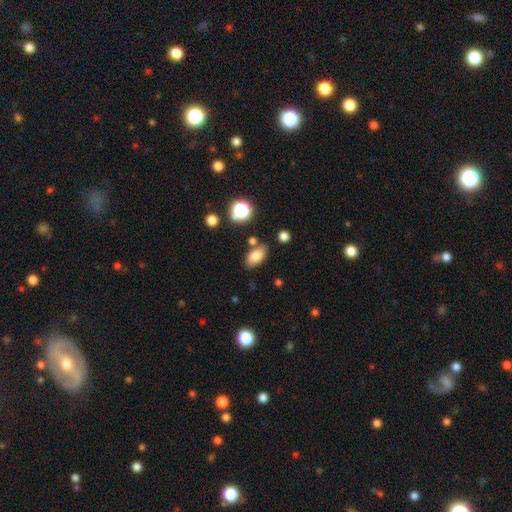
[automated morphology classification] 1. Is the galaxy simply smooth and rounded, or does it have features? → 79% smooth, 11% star or artifact, 10% featured or disk.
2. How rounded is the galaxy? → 89% in between, 7% round, 4% cigar-shaped.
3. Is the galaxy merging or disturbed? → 76% none, 14% minor disturbance, 7% merger, 4% major disturbance.